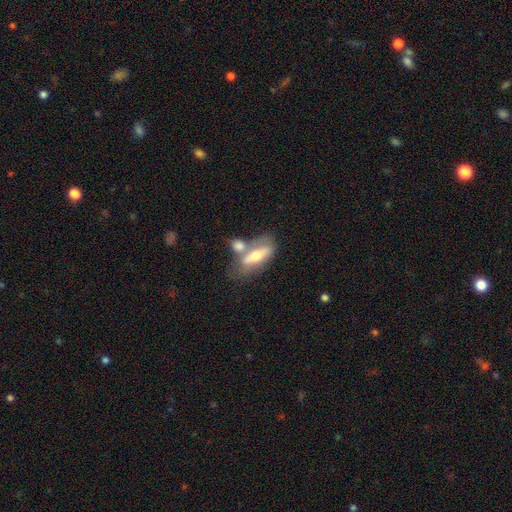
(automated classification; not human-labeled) featured or disk 49%, smooth 44%, star or artifact 7%. Down the decision tree: merging — none (40%).